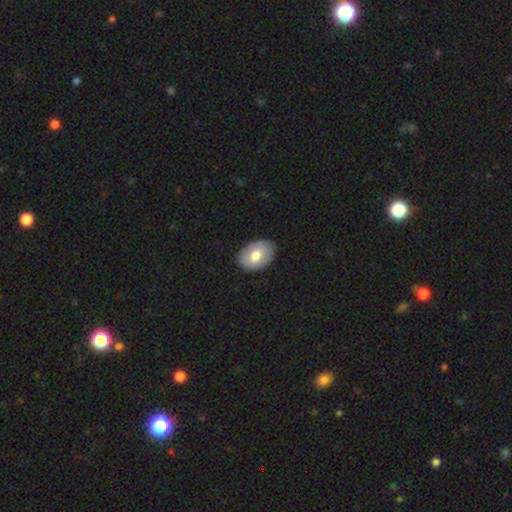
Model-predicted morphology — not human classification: smooth 72%, featured or disk 21%, star or artifact 6%. Down the decision tree: how rounded — in between (83%); merging — none (86%).